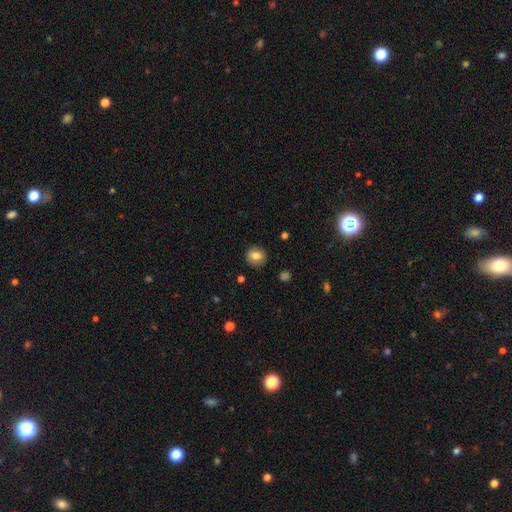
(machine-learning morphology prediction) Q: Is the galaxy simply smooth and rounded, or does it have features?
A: smooth — 81%.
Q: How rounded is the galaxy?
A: round — 77%.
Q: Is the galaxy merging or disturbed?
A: none — 86%.